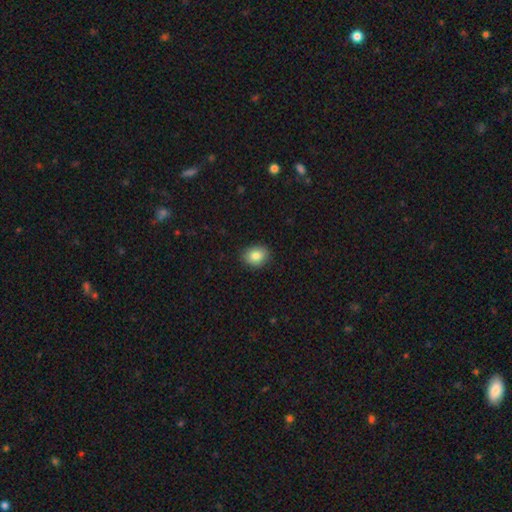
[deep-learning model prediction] Smooth or featured: smooth — 85% (star or artifact — 9%)
How rounded: round — 52% (in between — 47%)
Merging: none — 88% (minor disturbance — 9%)